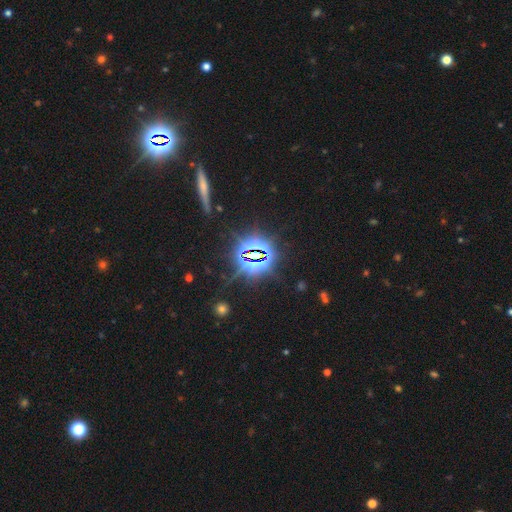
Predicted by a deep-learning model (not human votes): A star or artifact, not a galaxy (81%).

Vote fractions:
- Smooth or featured? star or artifact: 81% / smooth: 11% / featured or disk: 7%